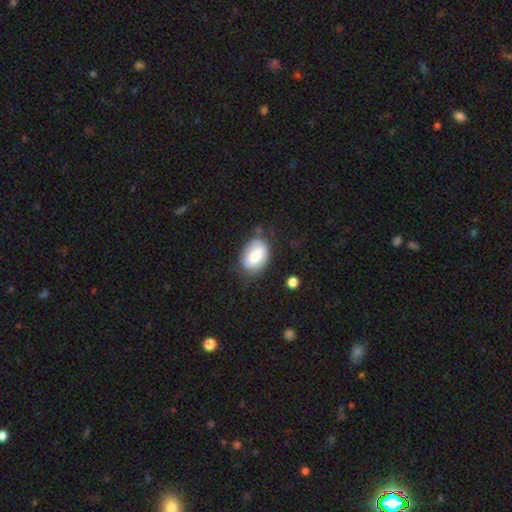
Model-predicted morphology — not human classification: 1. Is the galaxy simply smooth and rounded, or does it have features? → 78% smooth, 15% featured or disk, 7% star or artifact.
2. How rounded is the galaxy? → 87% in between, 12% round, 1% cigar-shaped.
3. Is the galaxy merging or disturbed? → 65% none, 24% minor disturbance, 7% major disturbance, 4% merger.